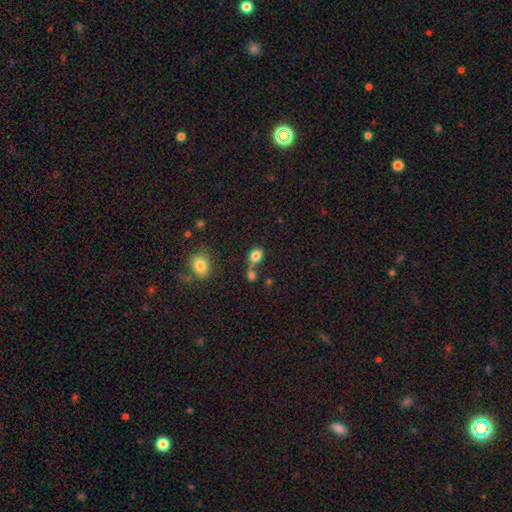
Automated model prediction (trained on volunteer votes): A smooth galaxy with no disk features (82%) that is in between round and cigar-shaped (69%). Merging: merger (40%).